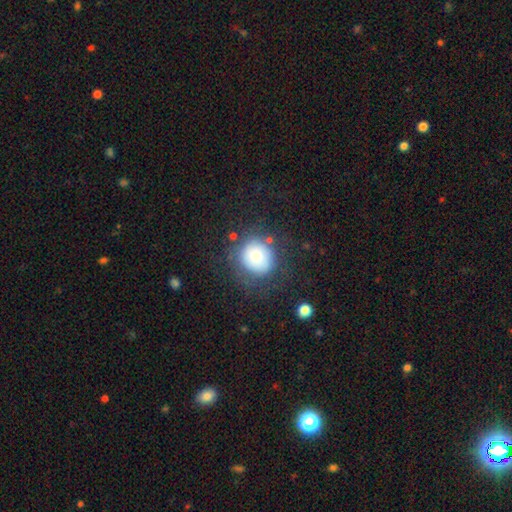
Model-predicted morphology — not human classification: Smooth or featured? Predicted: smooth (p=0.75). How rounded? Predicted: round (p=0.83). Merging? Predicted: none (p=0.67).